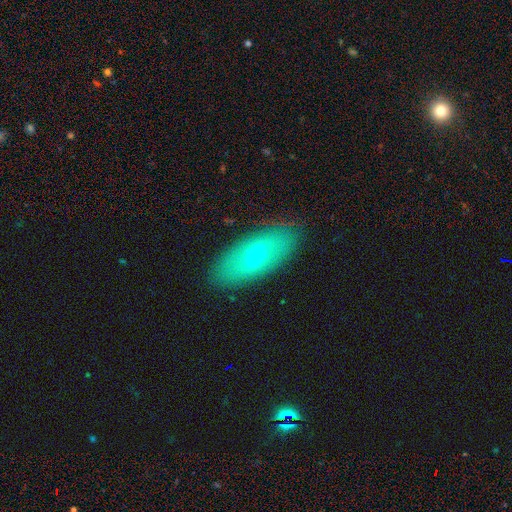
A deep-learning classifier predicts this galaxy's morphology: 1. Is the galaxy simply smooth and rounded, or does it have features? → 51% featured or disk, 42% smooth, 7% star or artifact.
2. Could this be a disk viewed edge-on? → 81% no, 19% yes.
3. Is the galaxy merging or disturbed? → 86% none, 10% minor disturbance, 3% major disturbance, 1% merger.